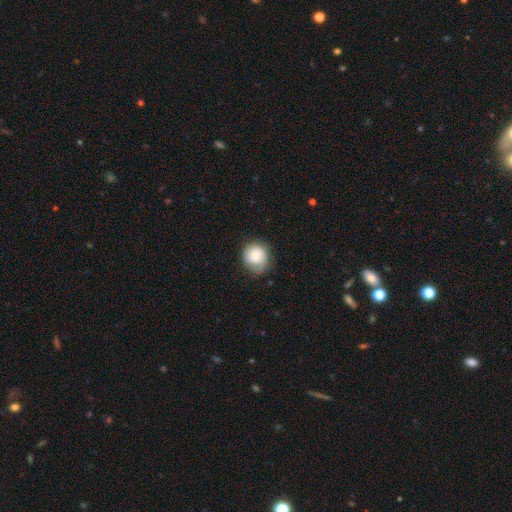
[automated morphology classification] smooth-or-featured: smooth: 76% | featured or disk: 16% | star or artifact: 8%
  how-rounded: round: 84% | in between: 15% | cigar-shaped: 1%
  merging: none: 70% | minor disturbance: 22% | major disturbance: 6% | merger: 1%